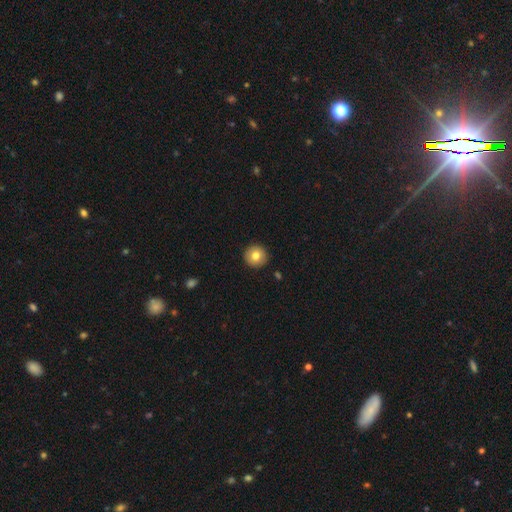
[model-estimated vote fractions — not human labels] Smooth or featured? Predicted: smooth (p=0.80). How rounded? Predicted: round (p=0.94). Merging? Predicted: none (p=0.92).